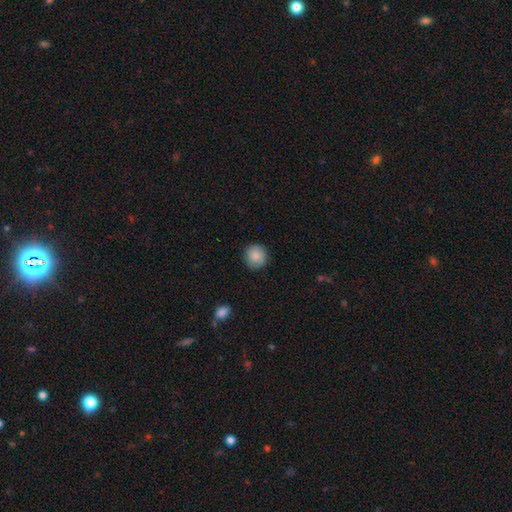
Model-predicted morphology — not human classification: Smooth or featured?
  - smooth: 86% *
  - star or artifact: 7%
  - featured or disk: 7%
How rounded?
  - round: 93% *
  - in between: 6%
  - cigar-shaped: 1%
Merging?
  - none: 89% *
  - minor disturbance: 8%
  - major disturbance: 2%
  - merger: 1%